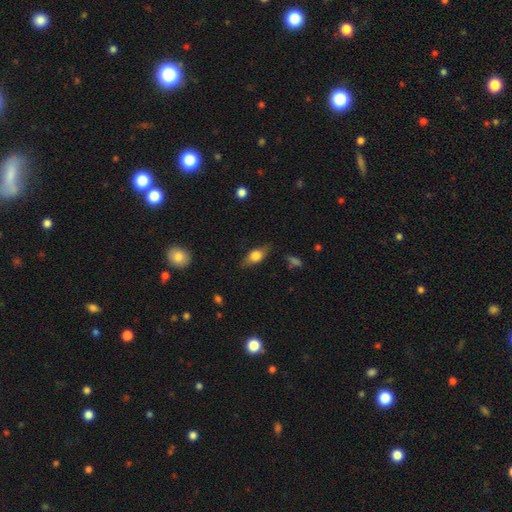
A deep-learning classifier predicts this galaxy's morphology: Smooth or featured?
  - smooth: 60% *
  - featured or disk: 32%
  - star or artifact: 8%
How rounded?
  - in between: 76% *
  - cigar-shaped: 15%
  - round: 9%
Merging?
  - none: 78% *
  - minor disturbance: 16%
  - major disturbance: 4%
  - merger: 1%